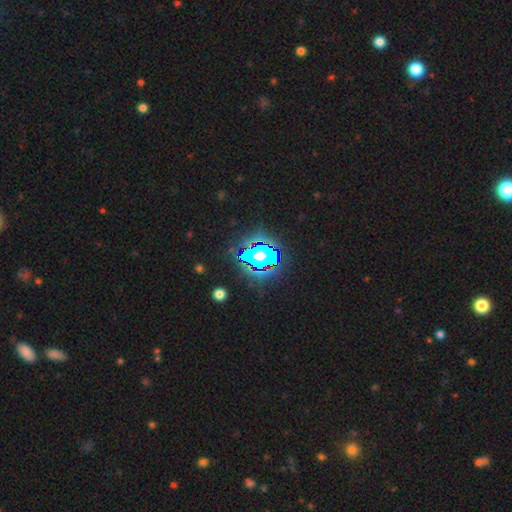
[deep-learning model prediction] star or artifact 81%, smooth 12%, featured or disk 7%.